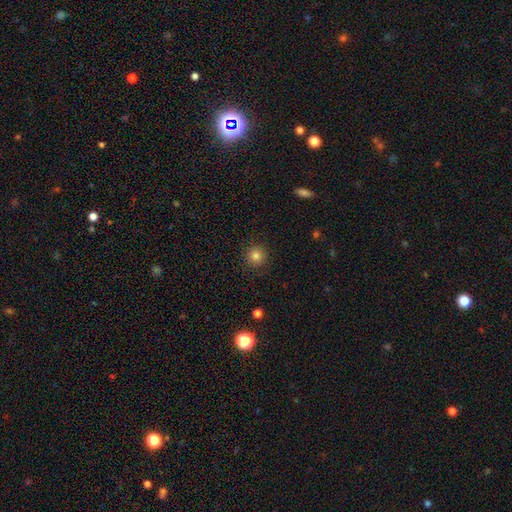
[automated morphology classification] type=smooth (82%); roundness=round (94%); merging=none (90%).